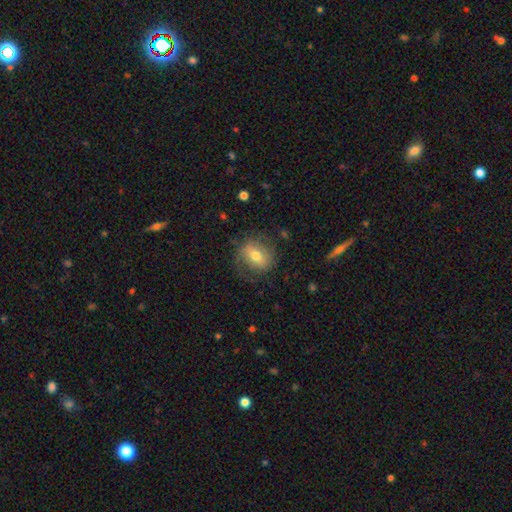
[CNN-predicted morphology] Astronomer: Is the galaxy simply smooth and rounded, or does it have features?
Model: smooth — 49% (runner-up: featured or disk, 43%).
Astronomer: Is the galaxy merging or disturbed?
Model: none — 67%.